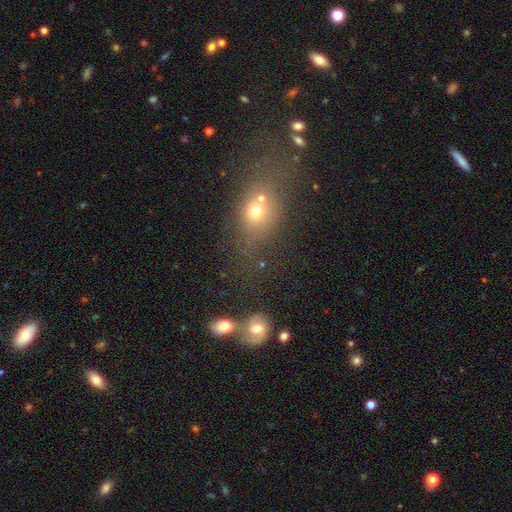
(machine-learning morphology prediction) A smooth galaxy with no disk features (54%) that is in between round and cigar-shaped (59%). Merging: none (70%).